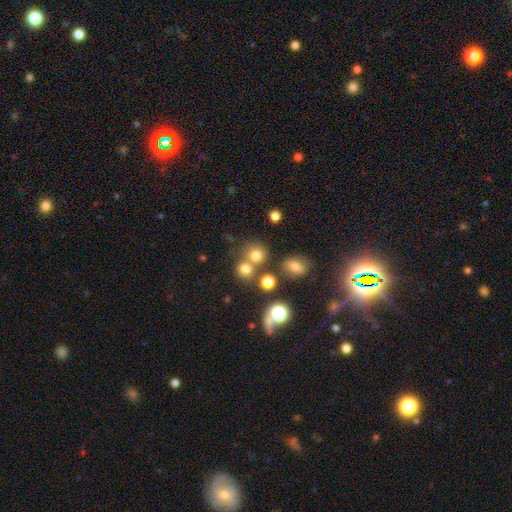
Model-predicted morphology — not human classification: Smooth or featured? Predicted: smooth (p=0.72). How rounded? Predicted: round (p=0.86). Merging? Predicted: none (p=0.58).